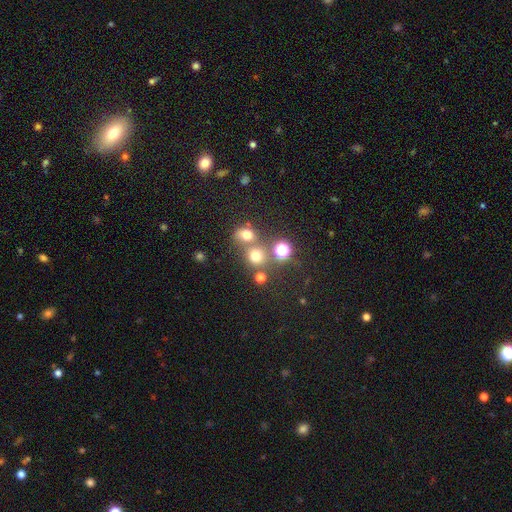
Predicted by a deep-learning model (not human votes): A smooth galaxy with no disk features (68%) that is round (84%). Merging: none (58%).